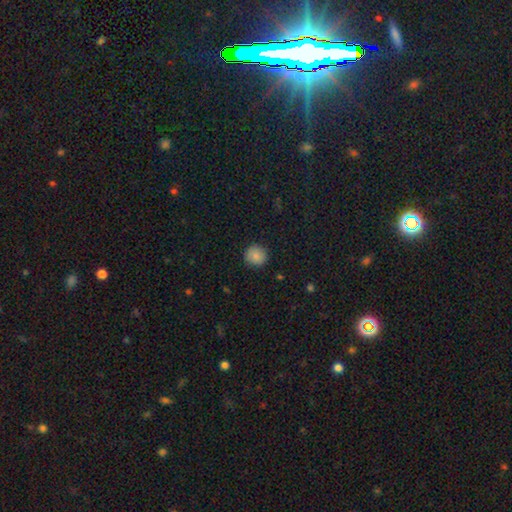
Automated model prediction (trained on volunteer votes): A smooth galaxy with no disk features (85%) that is round (94%). Merging: none (90%).